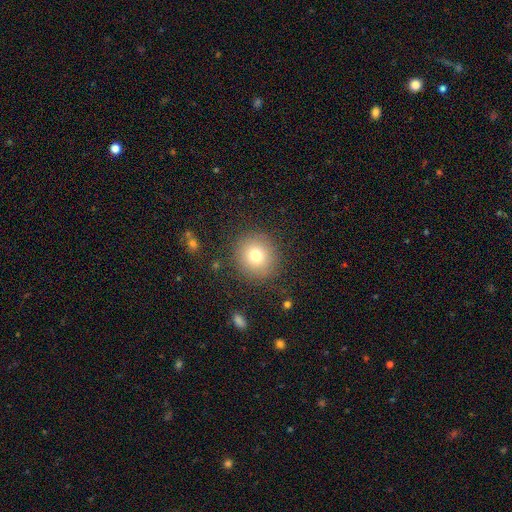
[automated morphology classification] The model was most divided on "smooth or featured": smooth: 75%, star or artifact: 13%, featured or disk: 12%. More confident: how rounded — round (92%); merging — none (87%).